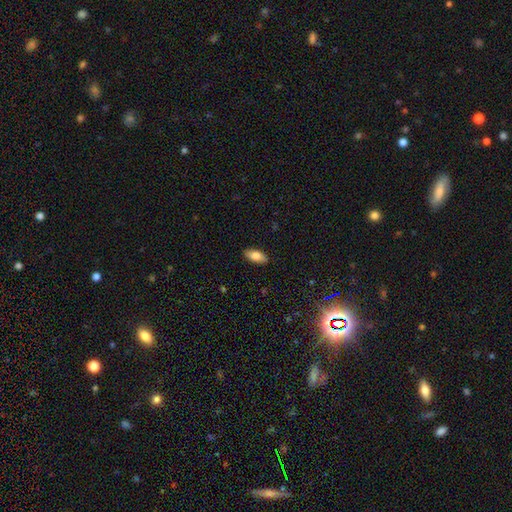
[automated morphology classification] smooth 83%, featured or disk 10%, star or artifact 7%. Down the decision tree: how rounded — in between (88%); merging — none (88%).